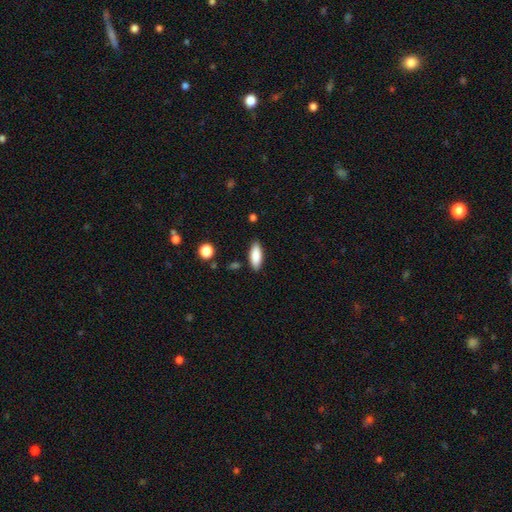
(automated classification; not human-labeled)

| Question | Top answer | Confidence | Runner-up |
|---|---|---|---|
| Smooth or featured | smooth | 87% | featured or disk (7%) |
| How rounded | in between | 74% | cigar-shaped (24%) |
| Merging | none | 85% | minor disturbance (11%) |